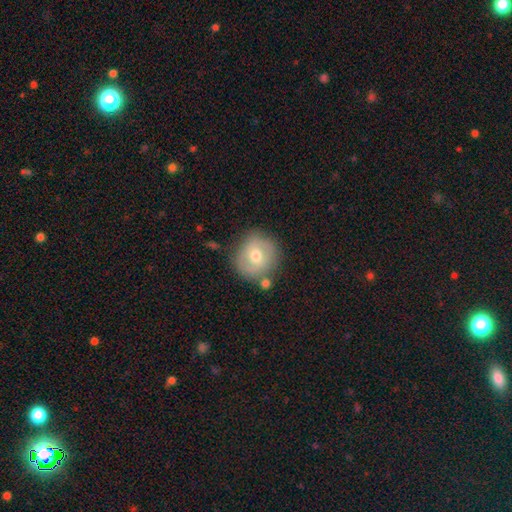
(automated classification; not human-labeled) Smooth or featured? smooth (53%)
How rounded? round (88%)
Merging? none (74%)